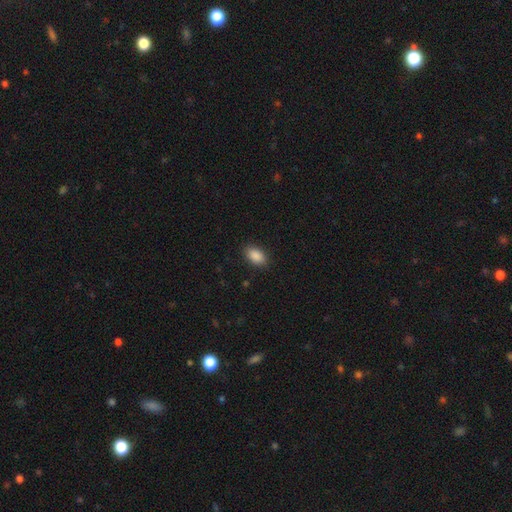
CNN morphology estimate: Smooth or featured: smooth — 89% (star or artifact — 8%)
How rounded: in between — 91% (round — 7%)
Merging: none — 88% (minor disturbance — 9%)